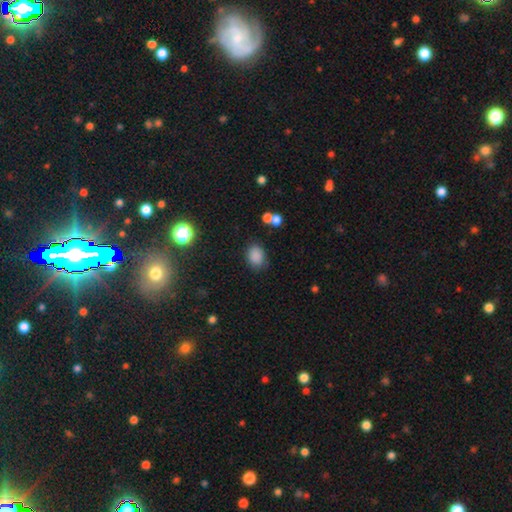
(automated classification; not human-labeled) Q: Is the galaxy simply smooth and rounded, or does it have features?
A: smooth — 84%.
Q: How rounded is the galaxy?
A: in between — 66%.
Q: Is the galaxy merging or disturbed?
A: none — 78%.